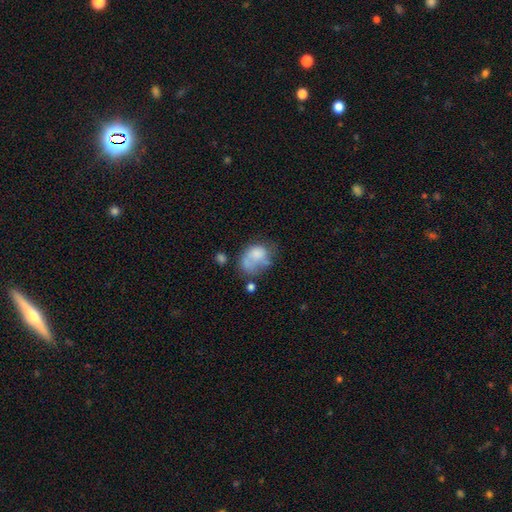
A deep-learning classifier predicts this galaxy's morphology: type=smooth (63%); roundness=in between (66%); merging=major disturbance (32%).